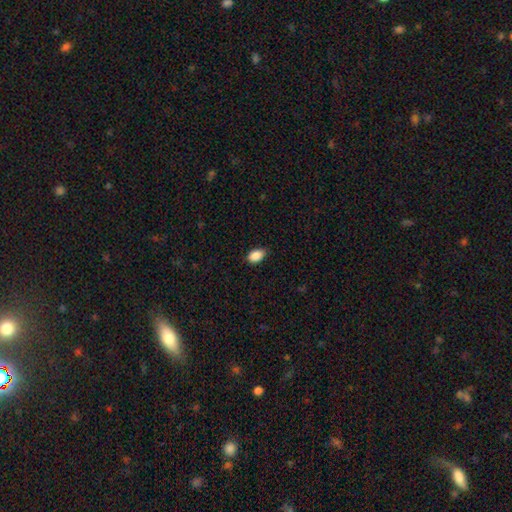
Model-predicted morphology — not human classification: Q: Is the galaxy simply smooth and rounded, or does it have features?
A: smooth — 88%.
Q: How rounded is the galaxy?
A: in between — 89%.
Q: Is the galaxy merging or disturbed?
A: none — 82%.